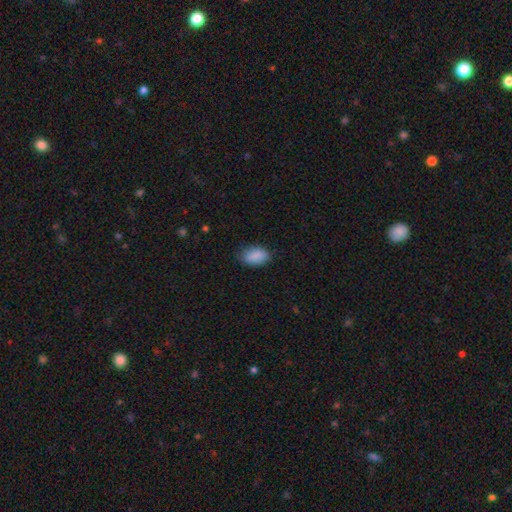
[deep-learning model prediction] This appears to be a smooth galaxy with no disk features (88%) that is in between round and cigar-shaped (91%). Merging: none (76%).